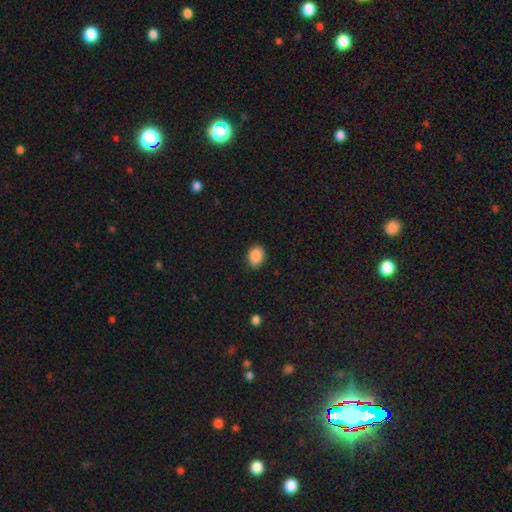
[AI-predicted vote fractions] Smooth or featured: smooth — 89% (star or artifact — 8%)
How rounded: in between — 61% (round — 38%)
Merging: none — 88% (minor disturbance — 9%)